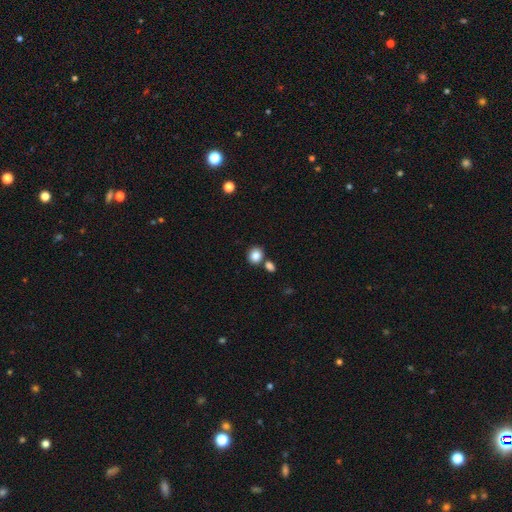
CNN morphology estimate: A smooth galaxy with no disk features (86%) that is round (69%).

Vote fractions:
- Smooth or featured? smooth: 86% / star or artifact: 9% / featured or disk: 5%
- How rounded? round: 69% / in between: 30% / cigar-shaped: 1%
- Merging? none: 69% / merger: 19% / minor disturbance: 9% / major disturbance: 3%